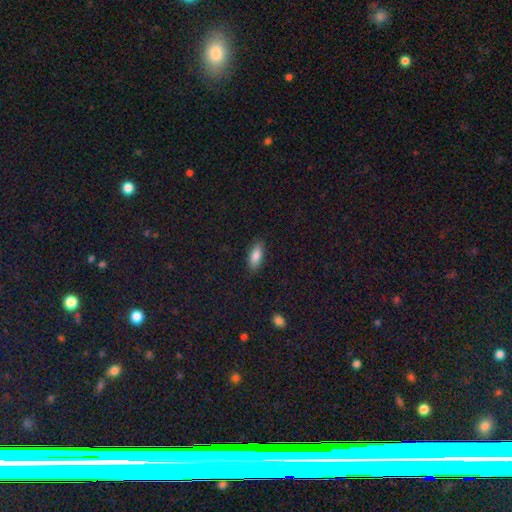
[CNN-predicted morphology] Smooth or featured: smooth — 84% (featured or disk — 9%)
How rounded: in between — 80% (cigar-shaped — 18%)
Merging: none — 85% (minor disturbance — 11%)